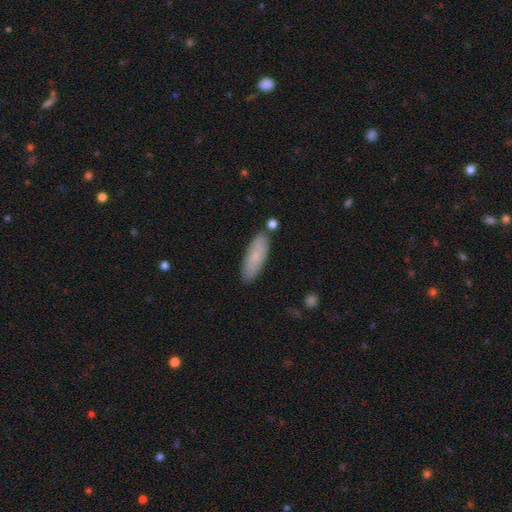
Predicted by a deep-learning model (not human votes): Smooth or featured?
  - smooth: 79% *
  - featured or disk: 14%
  - star or artifact: 6%
How rounded?
  - in between: 57% *
  - cigar-shaped: 41%
  - round: 2%
Merging?
  - none: 83% *
  - minor disturbance: 11%
  - merger: 4%
  - major disturbance: 2%